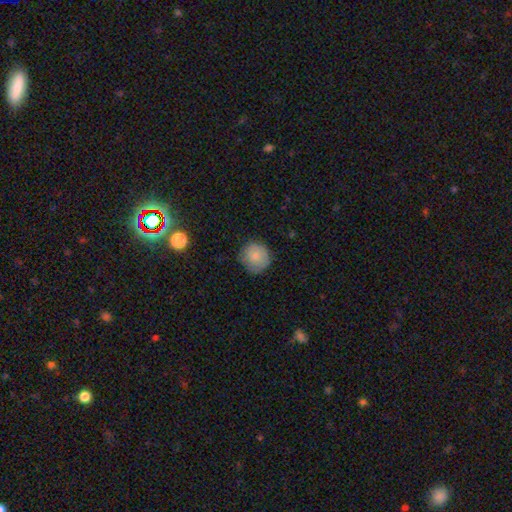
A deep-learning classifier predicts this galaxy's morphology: Overall: smooth (81%). How rounded: round (92%). Merging: none (72%).